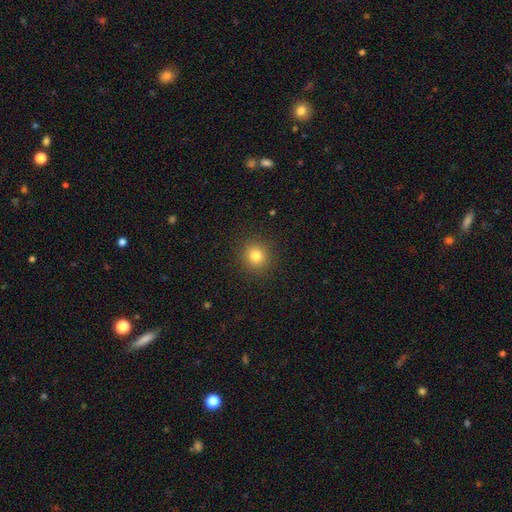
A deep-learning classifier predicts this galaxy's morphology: This is clearly a smooth galaxy (82%). How rounded: clearly round (91%). Merging: clearly none (90%).